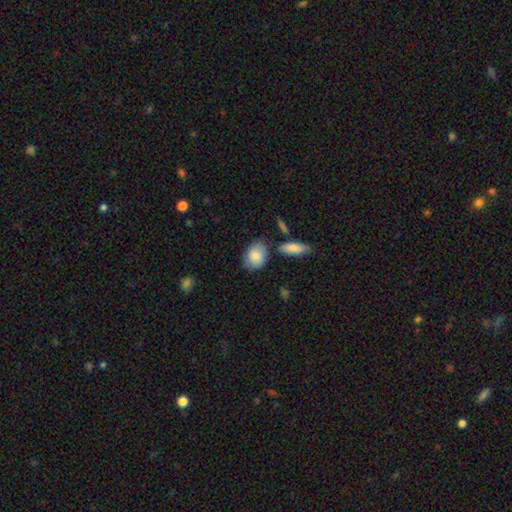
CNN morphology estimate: Smooth or featured?
  - smooth: 81% *
  - featured or disk: 13%
  - star or artifact: 6%
How rounded?
  - in between: 72% *
  - round: 27%
  - cigar-shaped: 2%
Merging?
  - none: 70% *
  - minor disturbance: 18%
  - merger: 7%
  - major disturbance: 4%